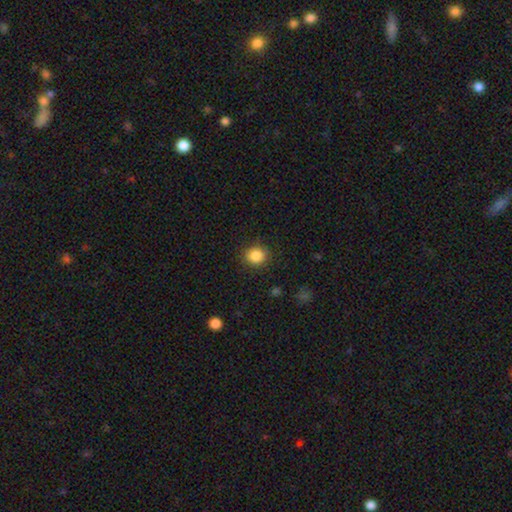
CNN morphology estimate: A smooth galaxy with no disk features (87%) that is round (80%). Merging: none (87%).